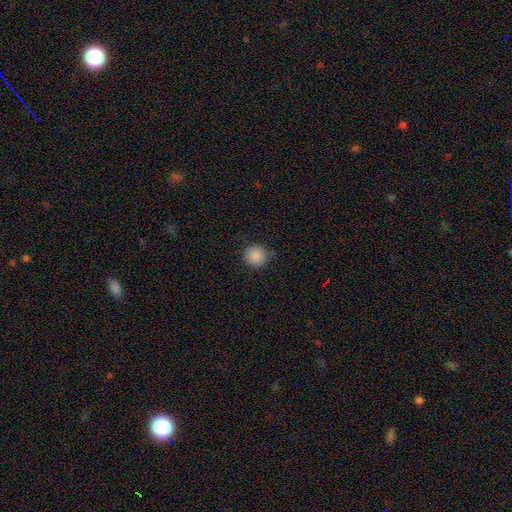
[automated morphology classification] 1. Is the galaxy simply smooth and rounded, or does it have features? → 88% smooth, 9% star or artifact, 3% featured or disk.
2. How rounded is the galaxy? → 93% round, 6% in between, 1% cigar-shaped.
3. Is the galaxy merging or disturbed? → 85% none, 11% minor disturbance, 3% major disturbance, 1% merger.